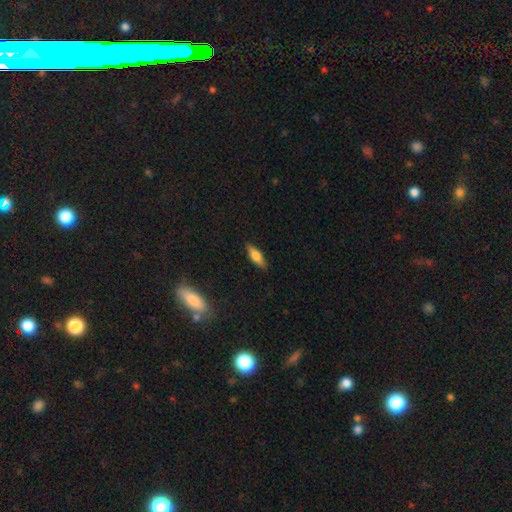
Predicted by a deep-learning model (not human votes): smooth-or-featured: smooth: 63% | featured or disk: 30% | star or artifact: 7%
  how-rounded: in between: 52% | cigar-shaped: 45% | round: 3%
  merging: none: 86% | minor disturbance: 11% | major disturbance: 2% | merger: 1%